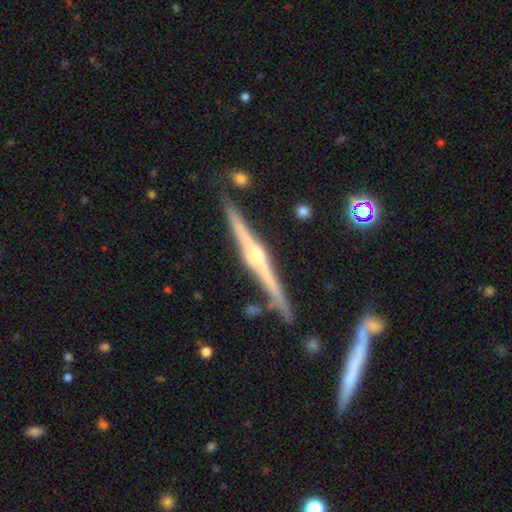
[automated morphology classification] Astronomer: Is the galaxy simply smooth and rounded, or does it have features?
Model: featured or disk — 86%.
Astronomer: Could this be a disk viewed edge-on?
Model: yes — 98%.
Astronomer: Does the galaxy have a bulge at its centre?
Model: rounded — 90%.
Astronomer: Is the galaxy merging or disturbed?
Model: none — 85%.